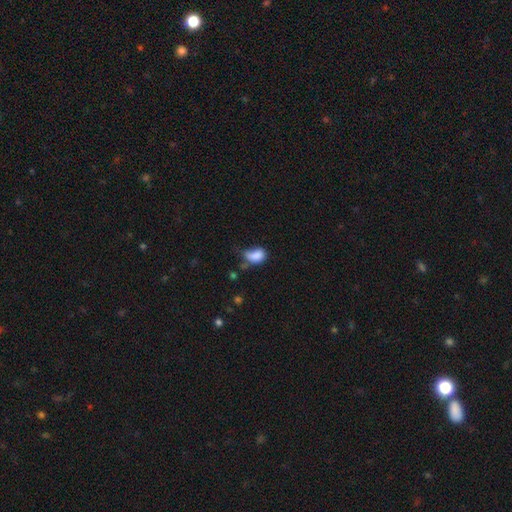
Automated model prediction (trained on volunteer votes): Smooth or featured? Predicted: smooth (p=0.80). How rounded? Predicted: in between (p=0.83). Merging? Predicted: minor disturbance (p=0.35).